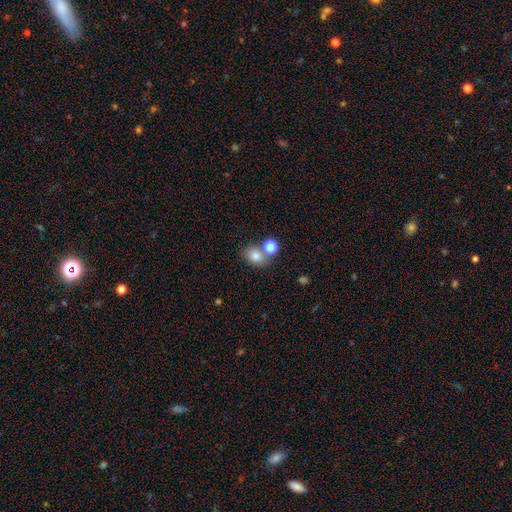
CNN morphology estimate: The model was most divided on "how rounded": round: 54%, in between: 45%, cigar-shaped: 1%. More confident: smooth or featured — smooth (80%); merging — none (59%).